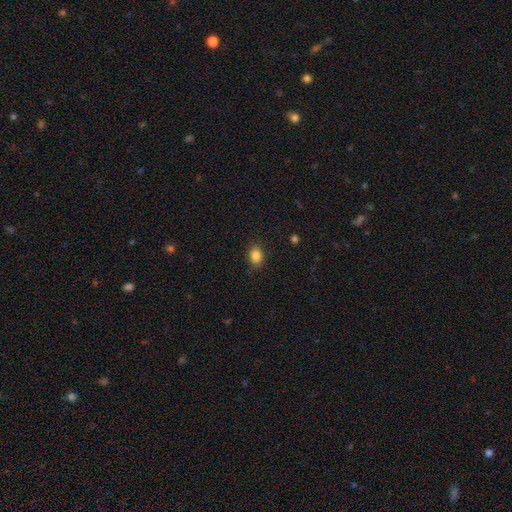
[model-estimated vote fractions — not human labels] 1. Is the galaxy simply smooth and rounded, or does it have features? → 85% smooth, 10% star or artifact, 5% featured or disk.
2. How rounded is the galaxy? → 63% in between, 36% round, 1% cigar-shaped.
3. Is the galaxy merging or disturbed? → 85% none, 11% minor disturbance, 3% major disturbance, 1% merger.